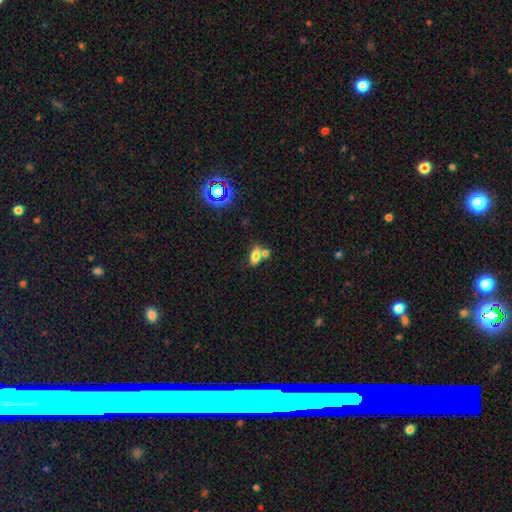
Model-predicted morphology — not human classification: smooth 75%, featured or disk 13%, star or artifact 12%. Down the decision tree: how rounded — in between (85%); merging — none (43%).